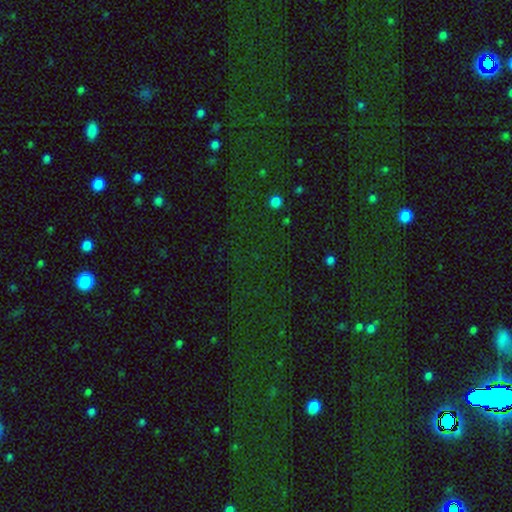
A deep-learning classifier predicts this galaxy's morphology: Overall: star or artifact (75%).